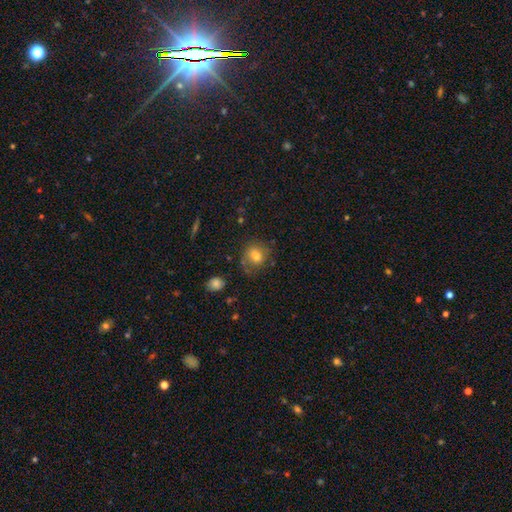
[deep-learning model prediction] Overall: smooth (75%). How rounded: round (61%; in between 37%). Merging: none (69%).